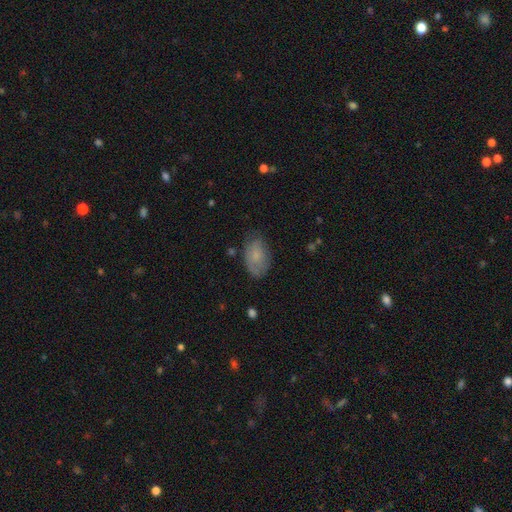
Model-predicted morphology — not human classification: Q: Smooth or featured?
A: smooth (69%); runner-up: featured or disk (23%)
Q: How rounded?
A: in between (90%); runner-up: round (8%)
Q: Merging?
A: none (67%); runner-up: minor disturbance (24%)